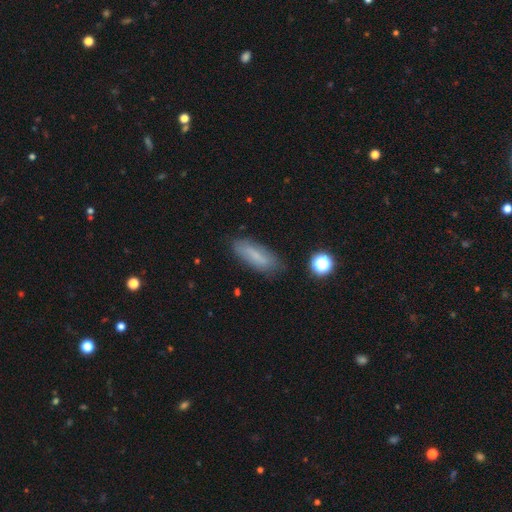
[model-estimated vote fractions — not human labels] A smooth galaxy with no disk features (68%) that is in between round and cigar-shaped (53%).

Vote fractions:
- Smooth or featured? smooth: 68% / featured or disk: 23% / star or artifact: 9%
- How rounded? in between: 53% / cigar-shaped: 45% / round: 2%
- Merging? none: 77% / minor disturbance: 17% / major disturbance: 4% / merger: 2%